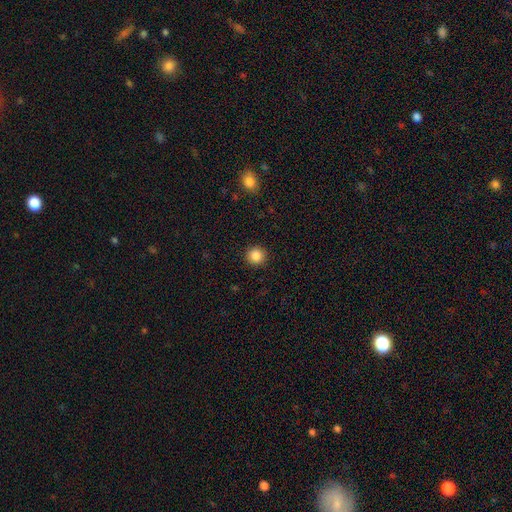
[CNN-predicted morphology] type=smooth (85%); roundness=round (94%); merging=none (93%).